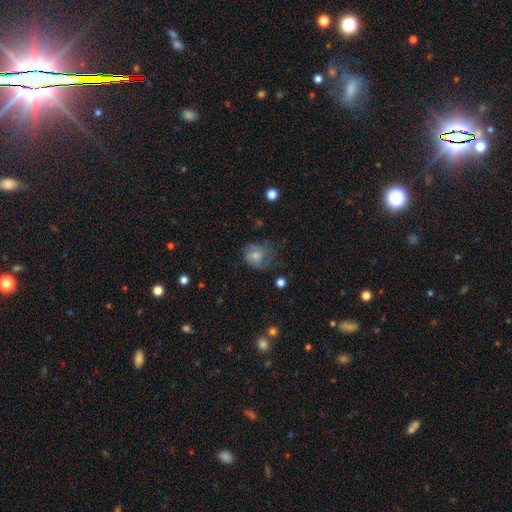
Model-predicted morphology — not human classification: A smooth galaxy with no disk features (61%) that is round (68%).

Vote fractions:
- Smooth or featured? smooth: 61% / featured or disk: 30% / star or artifact: 9%
- How rounded? round: 68% / in between: 31% / cigar-shaped: 1%
- Merging? none: 46% / minor disturbance: 30% / major disturbance: 22% / merger: 2%